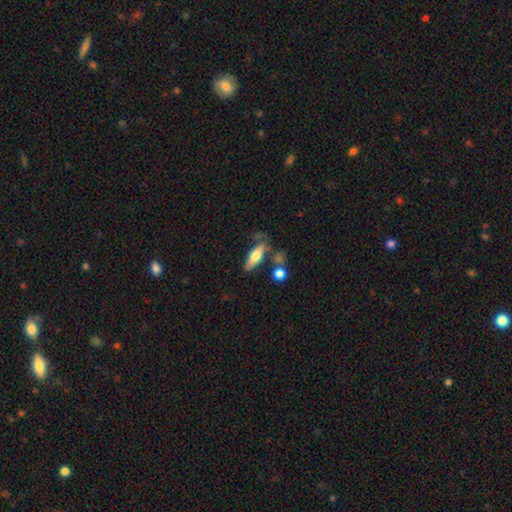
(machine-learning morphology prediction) smooth 61%, featured or disk 32%, star or artifact 7%. Down the decision tree: how rounded — in between (54%); merging — none (56%).